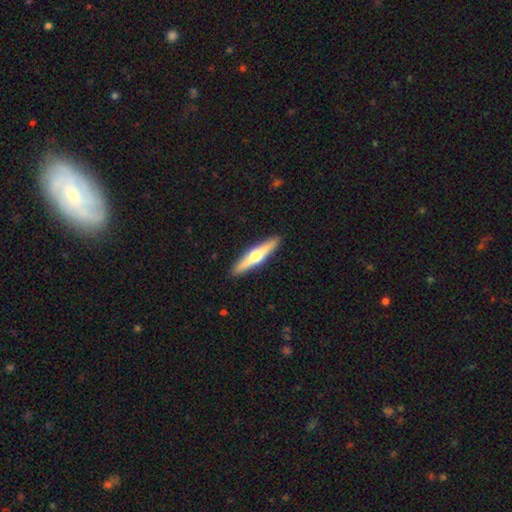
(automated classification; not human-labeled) Morphology: type=featured or disk (62%); edge-on=yes (96%); edge-on bulge=rounded (95%); merging=none (92%).